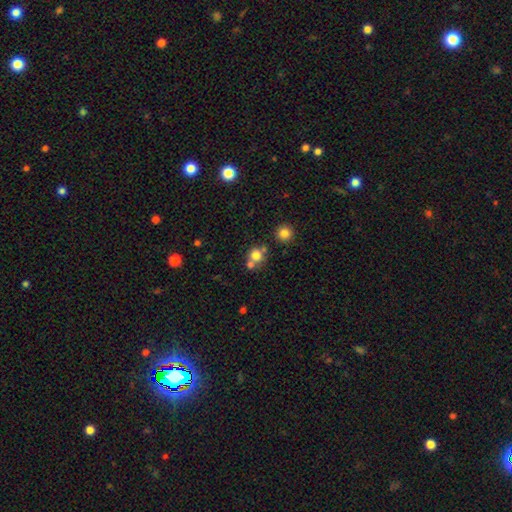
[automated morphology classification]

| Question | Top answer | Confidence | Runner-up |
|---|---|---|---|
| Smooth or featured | smooth | 74% | star or artifact (14%) |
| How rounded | round | 86% | in between (13%) |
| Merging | none | 51% | merger (37%) |